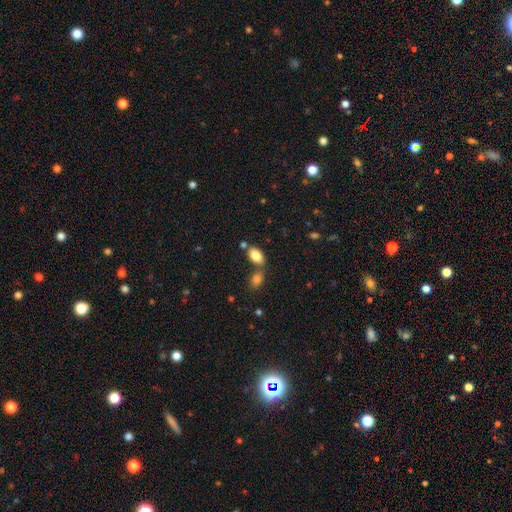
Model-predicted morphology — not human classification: A smooth galaxy with no disk features (84%) that is in between round and cigar-shaped (91%).

Vote fractions:
- Smooth or featured? smooth: 84% / featured or disk: 8% / star or artifact: 8%
- How rounded? in between: 91% / round: 7% / cigar-shaped: 2%
- Merging? none: 61% / merger: 24% / minor disturbance: 12% / major disturbance: 4%